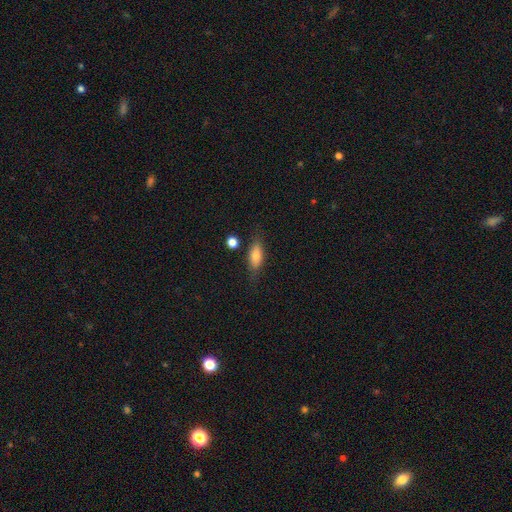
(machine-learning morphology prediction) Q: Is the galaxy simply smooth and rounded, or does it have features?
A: smooth — 70%.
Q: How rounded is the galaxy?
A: in between — 66%.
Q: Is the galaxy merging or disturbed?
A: none — 77%.